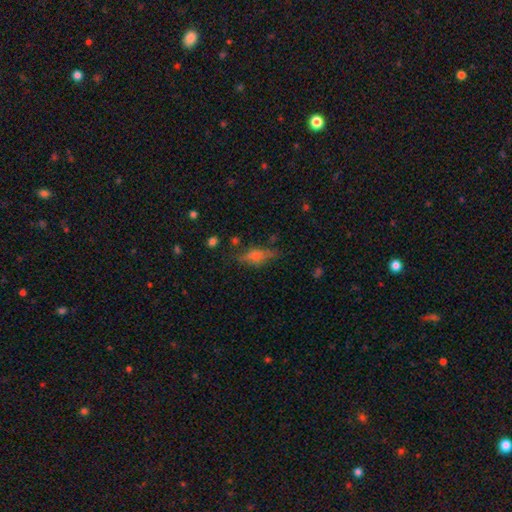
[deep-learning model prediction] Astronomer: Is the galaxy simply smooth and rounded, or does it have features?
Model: smooth — 49% (runner-up: featured or disk, 38%).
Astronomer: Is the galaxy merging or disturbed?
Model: none — 64%.